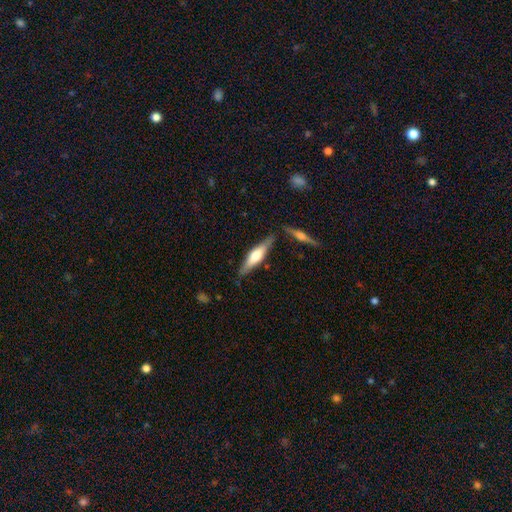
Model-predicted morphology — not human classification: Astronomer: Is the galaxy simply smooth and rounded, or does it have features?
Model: featured or disk — 54% (runner-up: smooth, 40%).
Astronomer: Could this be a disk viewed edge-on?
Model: yes — 94%.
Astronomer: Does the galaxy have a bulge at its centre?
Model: rounded — 79%.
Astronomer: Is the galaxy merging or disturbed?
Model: none — 78%.